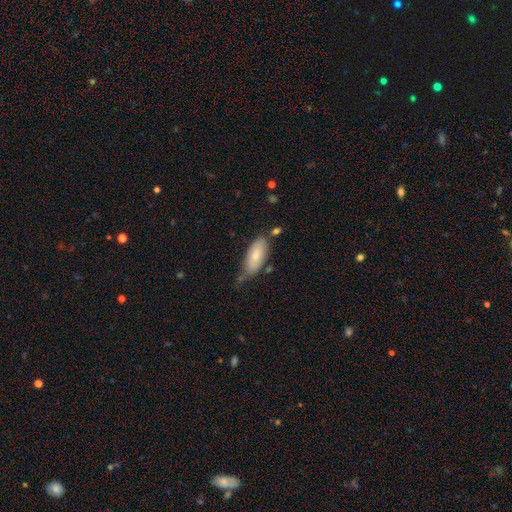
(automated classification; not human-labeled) smooth_or_featured: smooth (p=0.73) [alt: featured or disk p=0.21]
how_rounded: in between (p=0.85) [alt: cigar-shaped p=0.13]
merging: none (p=0.51) [alt: minor disturbance p=0.33]